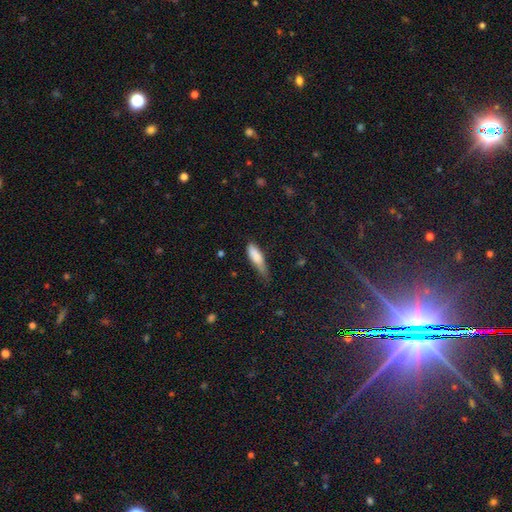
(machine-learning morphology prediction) Smooth or featured? smooth (83%)
How rounded? cigar-shaped (54%)
Merging? minor disturbance (45%)